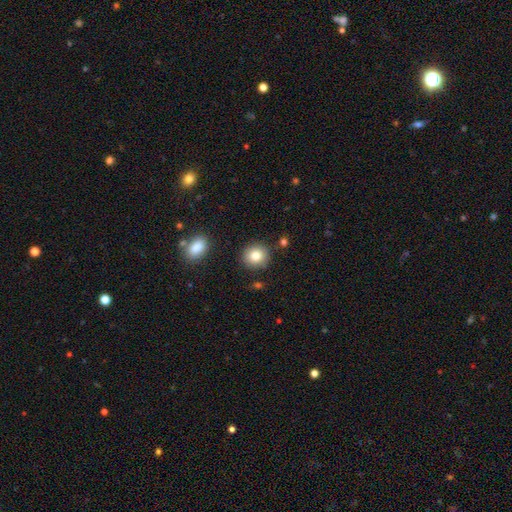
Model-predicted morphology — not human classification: smooth-or-featured: smooth: 83% | star or artifact: 9% | featured or disk: 8%
  how-rounded: round: 88% | in between: 11% | cigar-shaped: 1%
  merging: none: 87% | minor disturbance: 8% | merger: 3% | major disturbance: 2%